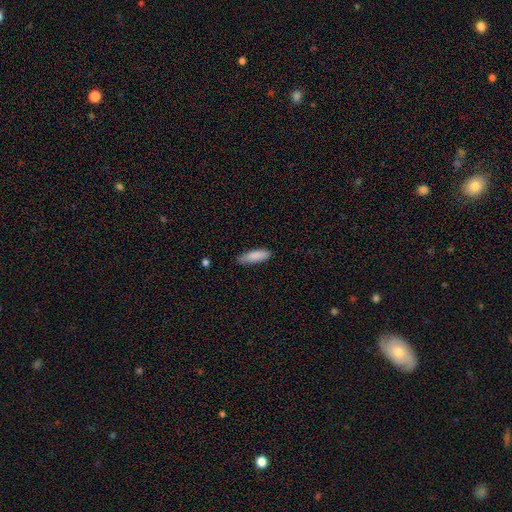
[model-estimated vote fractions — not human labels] smooth 88%, featured or disk 6%, star or artifact 6%. Down the decision tree: how rounded — cigar-shaped (51%); merging — none (79%).